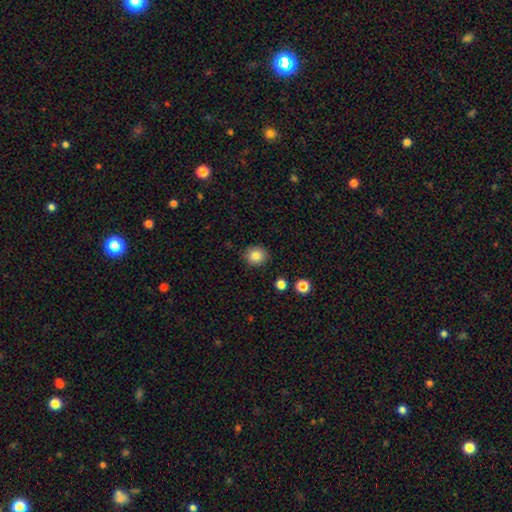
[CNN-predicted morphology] type=smooth (83%); roundness=round (86%); merging=none (89%).